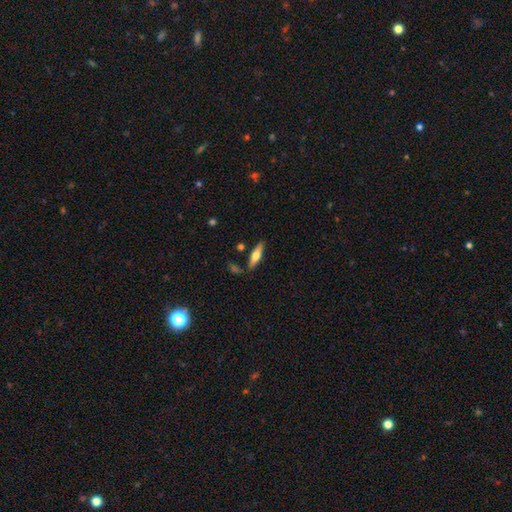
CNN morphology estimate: The model was most divided on "smooth or featured": smooth: 54%, featured or disk: 40%, star or artifact: 6%. More confident: merging — none (81%); how rounded — cigar-shaped (63%).